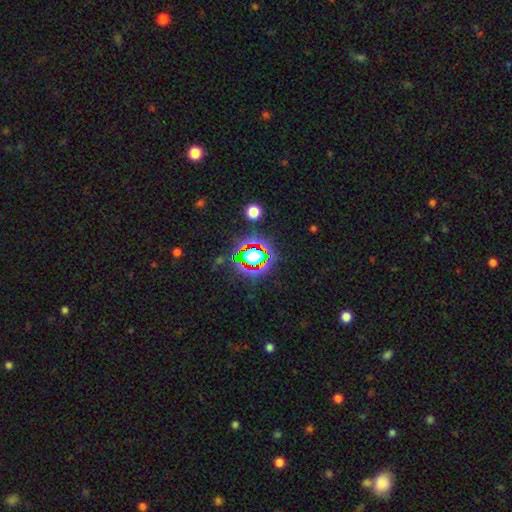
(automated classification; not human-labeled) A star or artifact, not a galaxy (67%).